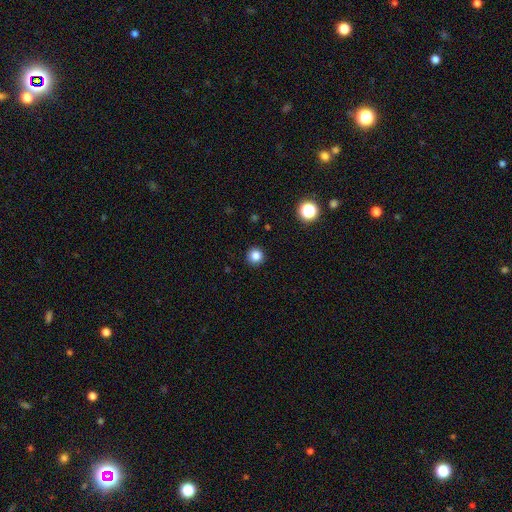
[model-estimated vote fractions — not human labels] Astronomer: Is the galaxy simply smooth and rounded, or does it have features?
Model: smooth — 84%.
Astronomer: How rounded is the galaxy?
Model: round — 95%.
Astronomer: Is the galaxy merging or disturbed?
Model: none — 92%.